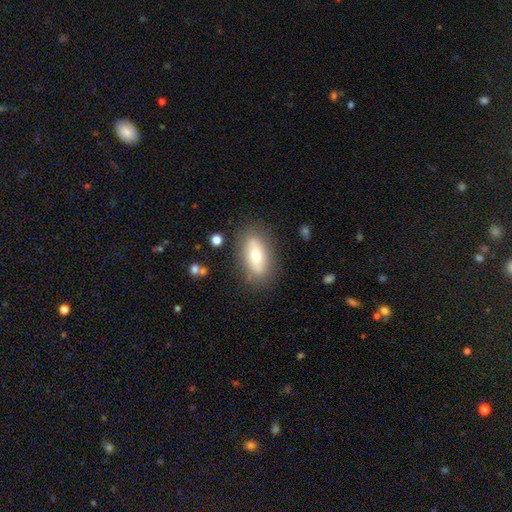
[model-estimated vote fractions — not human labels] This is likely a smooth galaxy (63%). How rounded: clearly in between (85%). Merging: clearly none (81%).